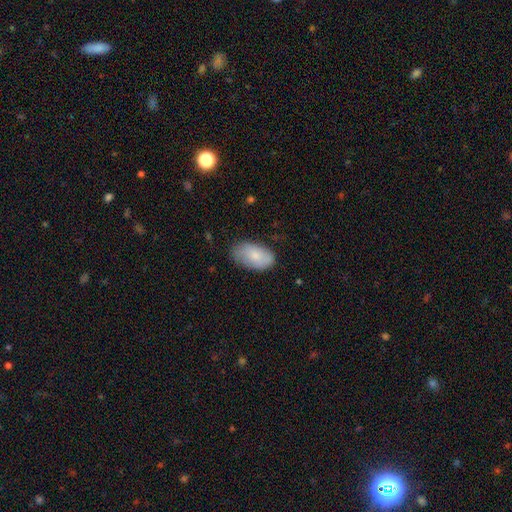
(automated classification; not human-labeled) Smooth or featured: smooth — 79% (featured or disk — 14%)
How rounded: in between — 94% (round — 4%)
Merging: none — 74% (minor disturbance — 21%)